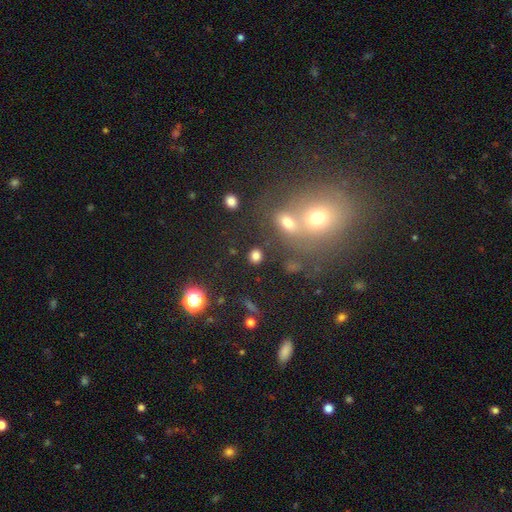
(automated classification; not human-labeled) The model was most divided on "how rounded": round: 76%, in between: 23%, cigar-shaped: 2%. More confident: merging — none (83%); smooth or featured — smooth (79%).